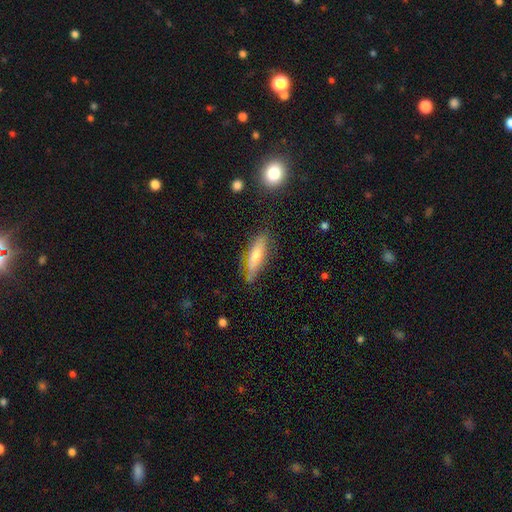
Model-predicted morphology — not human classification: Smooth or featured?
  - smooth: 53% *
  - featured or disk: 39%
  - star or artifact: 7%
How rounded?
  - cigar-shaped: 60% *
  - in between: 38%
  - round: 2%
Merging?
  - none: 72% *
  - minor disturbance: 20%
  - major disturbance: 5%
  - merger: 3%